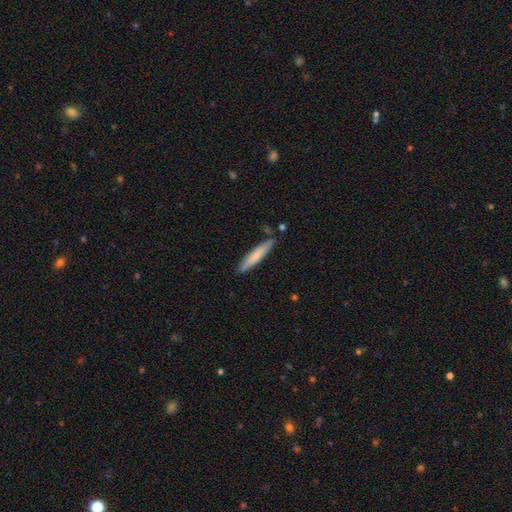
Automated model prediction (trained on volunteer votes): Smooth or featured? Predicted: smooth (p=0.72). How rounded? Predicted: cigar-shaped (p=0.92). Merging? Predicted: none (p=0.84).